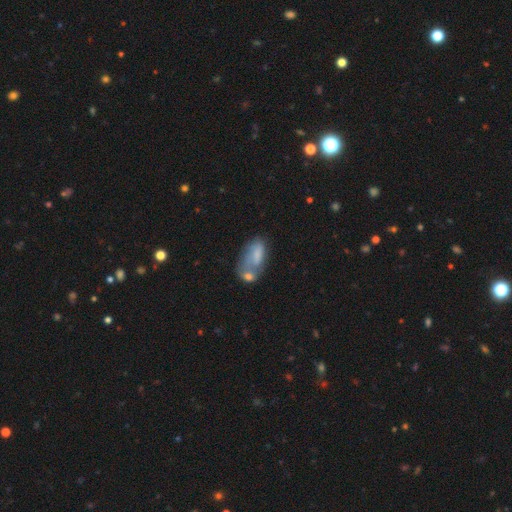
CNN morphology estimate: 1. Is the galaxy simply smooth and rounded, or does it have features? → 63% smooth, 28% featured or disk, 9% star or artifact.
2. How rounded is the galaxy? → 90% in between, 6% cigar-shaped, 4% round.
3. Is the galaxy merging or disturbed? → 41% merger, 26% none, 19% minor disturbance, 15% major disturbance.